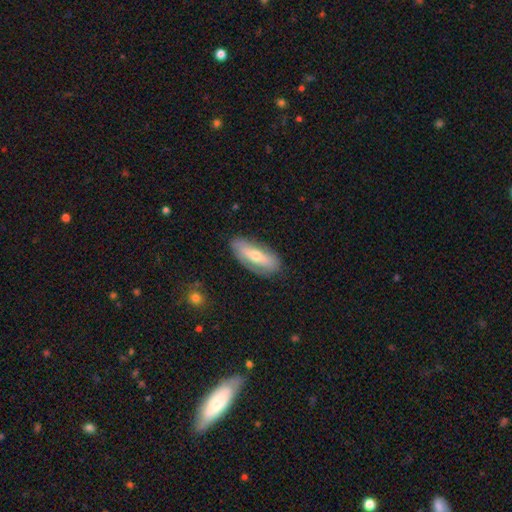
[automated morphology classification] Smooth or featured: featured or disk — 48% (smooth — 46%)
Merging: none — 78% (minor disturbance — 16%)